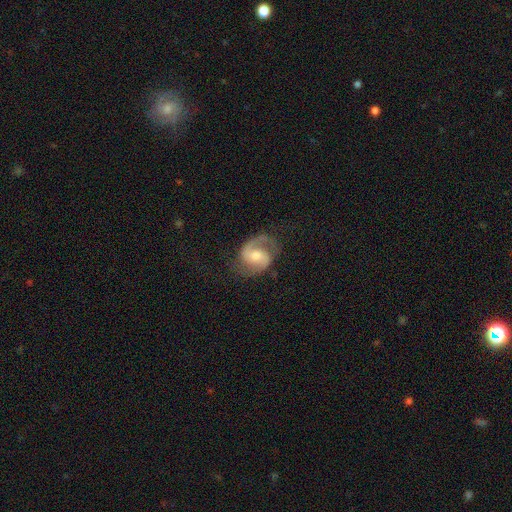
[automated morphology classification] A featured or disk galaxy (87%) with a weak bar (46%), 2 (89%) medium (55%) spiral arms (97%) and a moderate central bulge (61%). Merging: none (72%).